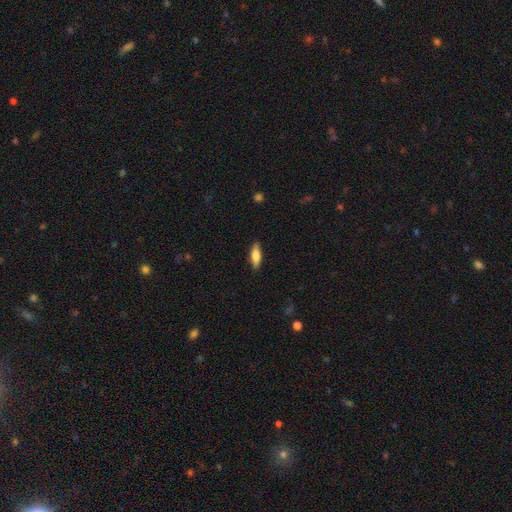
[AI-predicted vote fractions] This appears to be a smooth galaxy with no disk features (73%) that is in between round and cigar-shaped (56%). Merging: none (86%).